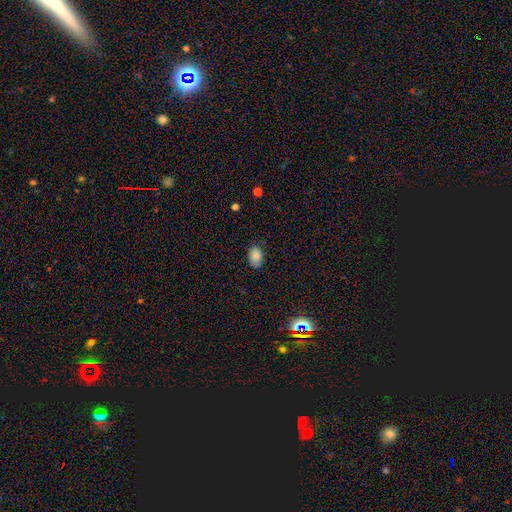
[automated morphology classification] Q: Smooth or featured?
A: smooth (84%); runner-up: star or artifact (10%)
Q: How rounded?
A: in between (84%); runner-up: round (14%)
Q: Merging?
A: none (77%); runner-up: minor disturbance (19%)